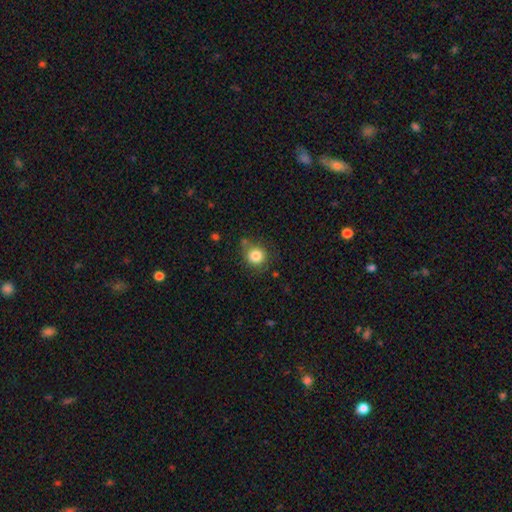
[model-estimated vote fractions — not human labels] smooth-or-featured: smooth: 83% | star or artifact: 10% | featured or disk: 7%
  how-rounded: round: 88% | in between: 11% | cigar-shaped: 1%
  merging: none: 73% | minor disturbance: 16% | merger: 6% | major disturbance: 5%